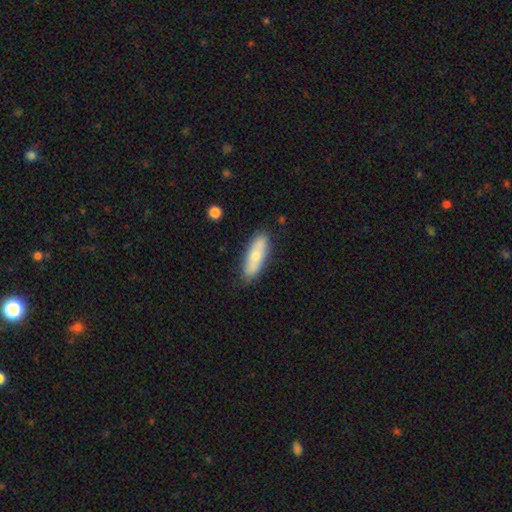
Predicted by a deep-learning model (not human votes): Smooth or featured: smooth — 67% (featured or disk — 27%)
How rounded: in between — 53% (cigar-shaped — 44%)
Merging: none — 84% (minor disturbance — 12%)